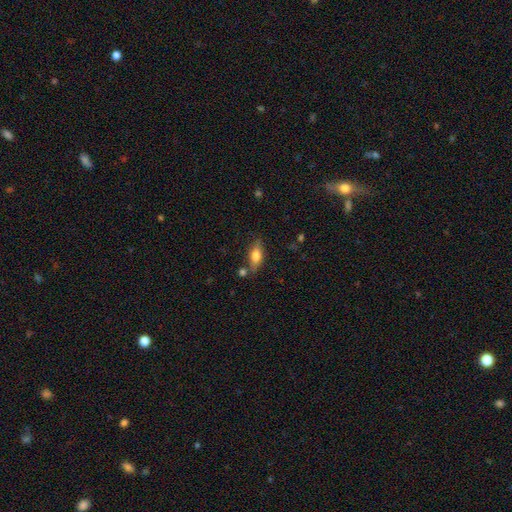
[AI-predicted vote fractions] This is likely a smooth galaxy (65%). How rounded: likely in between (73%). Merging: likely none (71%).